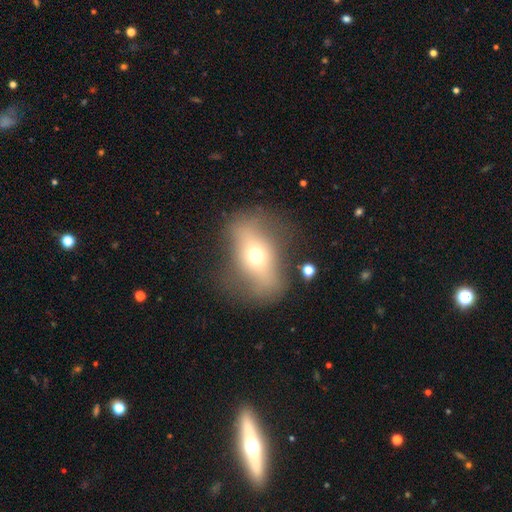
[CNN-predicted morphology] Smooth or featured?
  - featured or disk: 47% *
  - smooth: 43%
  - star or artifact: 10%
Merging?
  - none: 62% *
  - minor disturbance: 20%
  - major disturbance: 15%
  - merger: 3%